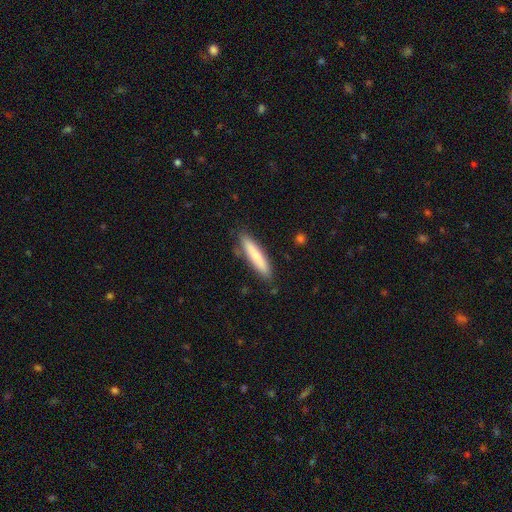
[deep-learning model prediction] smooth_or_featured: smooth (p=0.75) [alt: featured or disk p=0.19]
how_rounded: cigar-shaped (p=0.85) [alt: in between p=0.14]
merging: none (p=0.83) [alt: minor disturbance p=0.12]